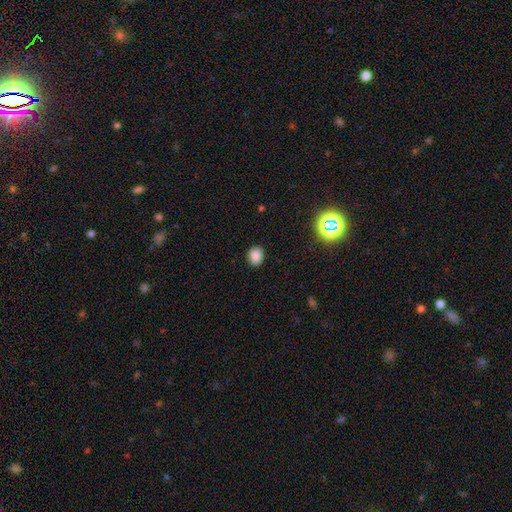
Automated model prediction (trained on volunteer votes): A smooth galaxy with no disk features (84%) that is round (59%).

Vote fractions:
- Smooth or featured? smooth: 84% / star or artifact: 12% / featured or disk: 4%
- How rounded? round: 59% / in between: 40% / cigar-shaped: 1%
- Merging? none: 87% / minor disturbance: 9% / major disturbance: 2% / merger: 1%